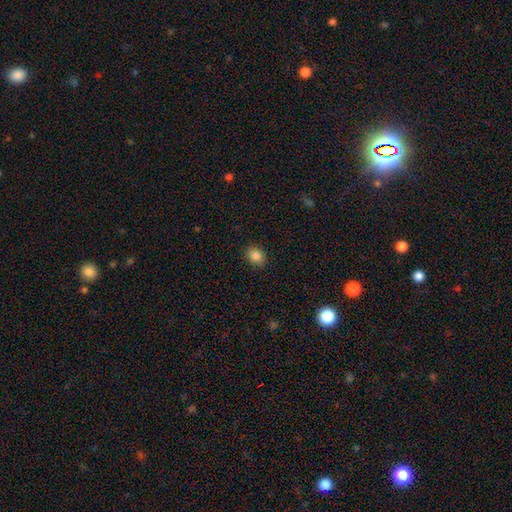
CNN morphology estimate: Smooth or featured?
  - smooth: 85% *
  - star or artifact: 10%
  - featured or disk: 5%
How rounded?
  - round: 50% *
  - in between: 49%
  - cigar-shaped: 1%
Merging?
  - none: 89% *
  - minor disturbance: 8%
  - major disturbance: 2%
  - merger: 1%